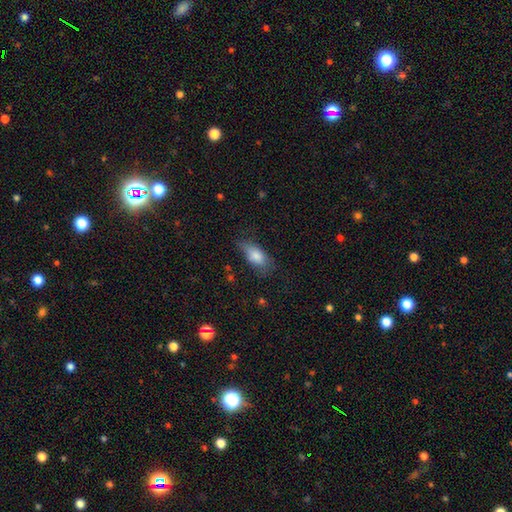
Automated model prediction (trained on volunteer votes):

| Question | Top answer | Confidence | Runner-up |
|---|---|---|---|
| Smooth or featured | smooth | 80% | featured or disk (12%) |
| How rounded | in between | 86% | cigar-shaped (10%) |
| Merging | none | 57% | minor disturbance (31%) |